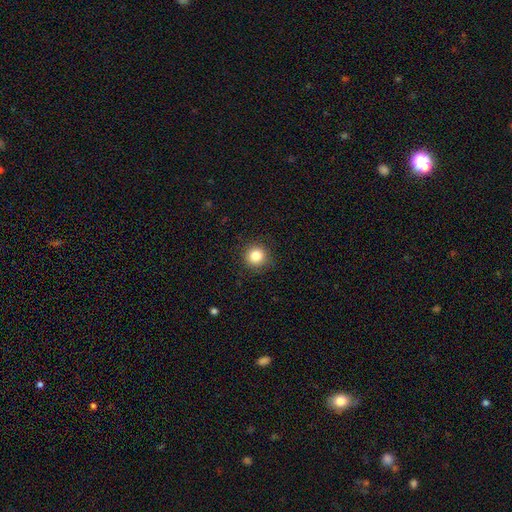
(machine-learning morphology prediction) A smooth galaxy with no disk features (84%) that is round (93%). Merging: none (89%).